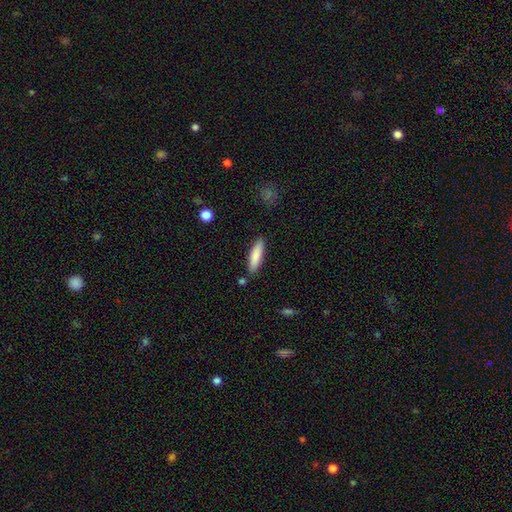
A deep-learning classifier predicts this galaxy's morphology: smooth_or_featured: smooth (p=0.83) [alt: featured or disk p=0.11]
how_rounded: cigar-shaped (p=0.68) [alt: in between p=0.31]
merging: none (p=0.85) [alt: minor disturbance p=0.10]